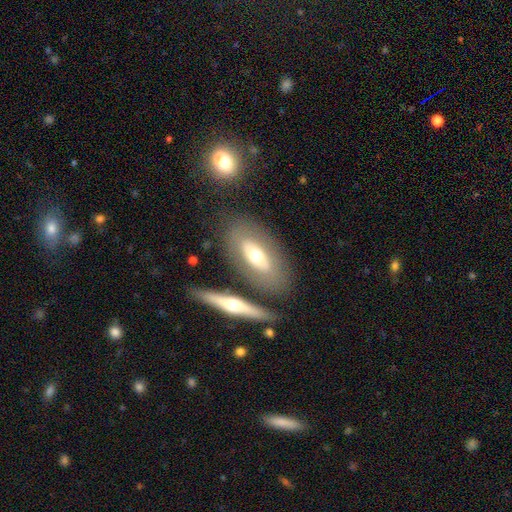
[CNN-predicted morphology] A smooth galaxy with no disk features (50%) that is in between round and cigar-shaped (84%). Merging: none (71%).